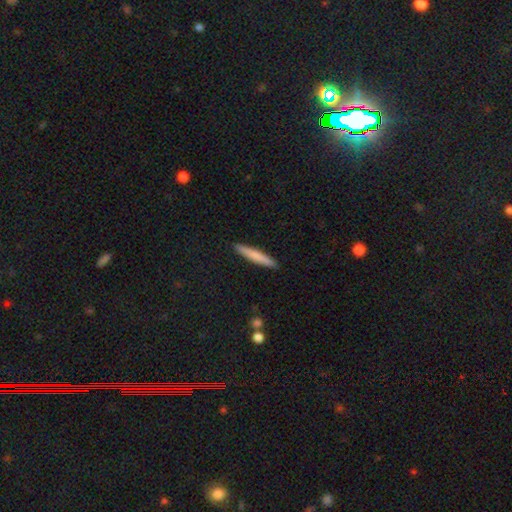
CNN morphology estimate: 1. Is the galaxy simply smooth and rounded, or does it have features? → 73% smooth, 21% featured or disk, 5% star or artifact.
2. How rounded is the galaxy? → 94% cigar-shaped, 4% in between, 1% round.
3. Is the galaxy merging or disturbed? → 92% none, 6% minor disturbance, 1% major disturbance, 1% merger.